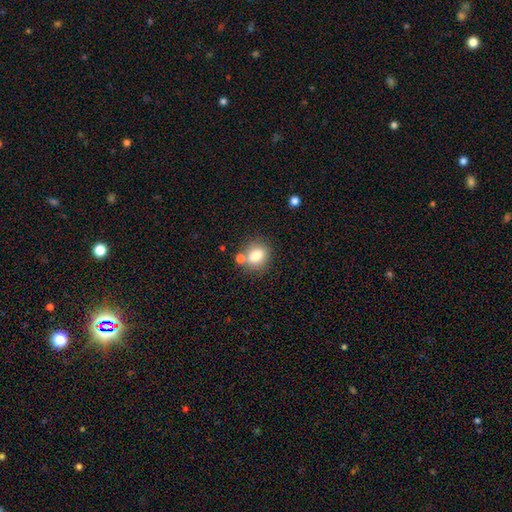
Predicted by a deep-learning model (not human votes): Q: Smooth or featured?
A: smooth (80%); runner-up: featured or disk (10%)
Q: How rounded?
A: in between (52%); runner-up: round (47%)
Q: Merging?
A: none (68%); runner-up: merger (16%)